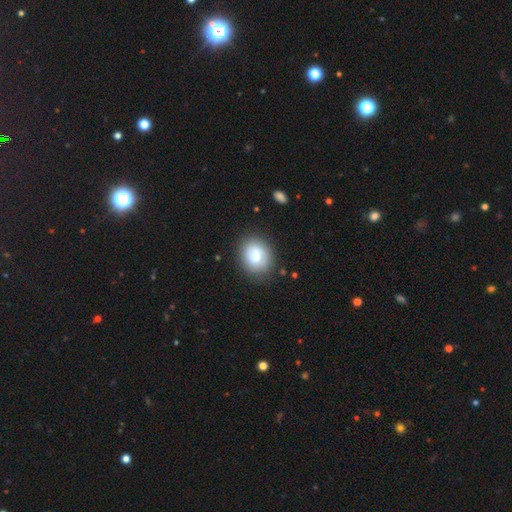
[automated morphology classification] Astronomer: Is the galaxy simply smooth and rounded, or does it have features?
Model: smooth — 74%.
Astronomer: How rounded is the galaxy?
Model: round — 63%.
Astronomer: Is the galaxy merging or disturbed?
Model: none — 81%.